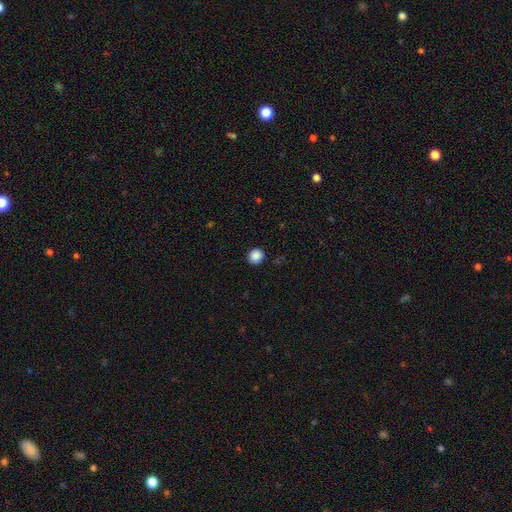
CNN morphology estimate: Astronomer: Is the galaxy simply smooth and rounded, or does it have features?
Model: smooth — 88%.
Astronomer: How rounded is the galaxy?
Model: round — 90%.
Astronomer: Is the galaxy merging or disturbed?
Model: none — 91%.